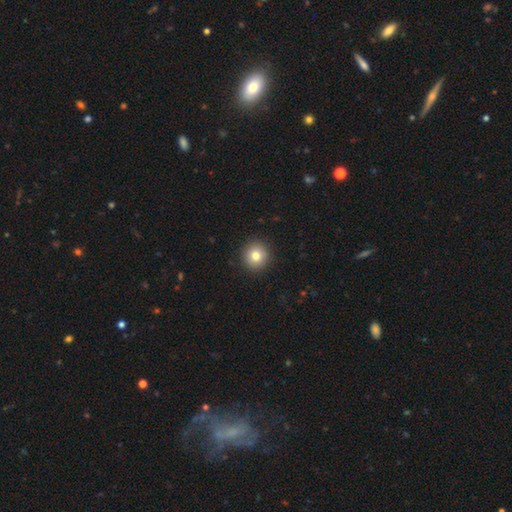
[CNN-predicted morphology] Smooth or featured? smooth (80%)
How rounded? round (94%)
Merging? none (93%)